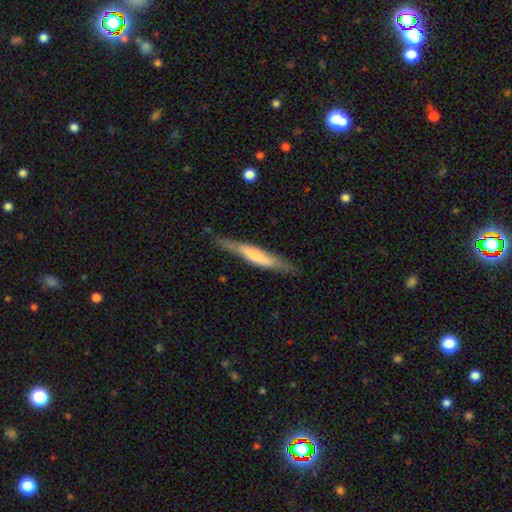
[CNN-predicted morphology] This appears to be a smooth galaxy with no disk features (51%) that is cigar-shaped (91%). Merging: none (80%).